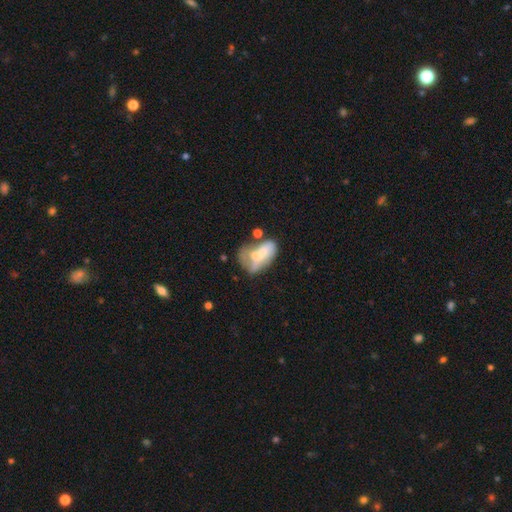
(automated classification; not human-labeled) Overall: smooth (54%; featured or disk 37%). How rounded: in between (88%). Merging: merger (31%; major disturbance 30%).